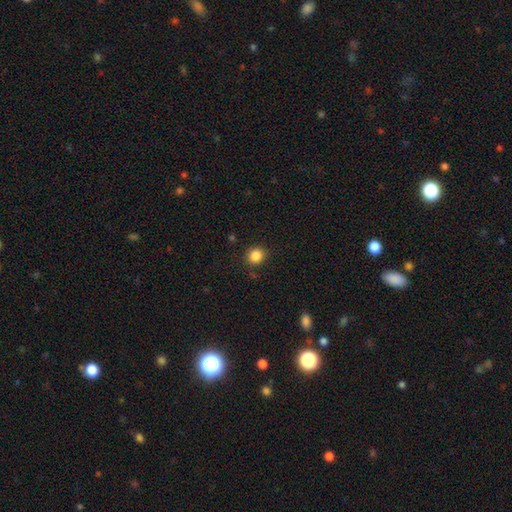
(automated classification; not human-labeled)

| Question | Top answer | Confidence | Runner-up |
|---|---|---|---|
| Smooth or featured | smooth | 85% | star or artifact (11%) |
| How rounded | round | 87% | in between (12%) |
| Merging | none | 88% | minor disturbance (8%) |